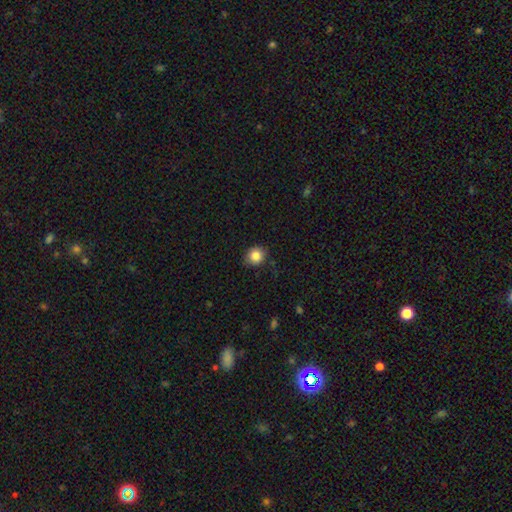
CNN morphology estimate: Smooth or featured? smooth (84%)
How rounded? round (76%)
Merging? none (81%)